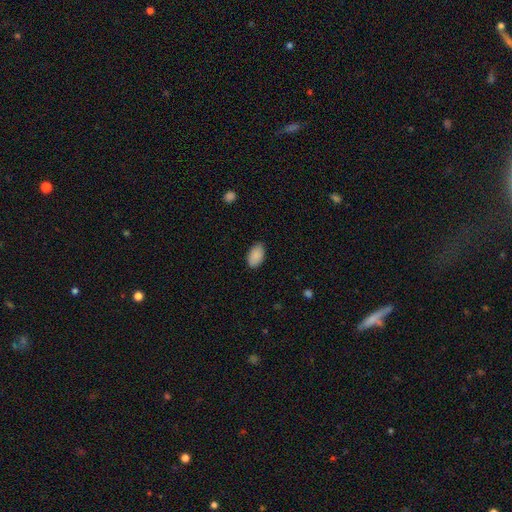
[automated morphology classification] This is clearly a smooth galaxy (90%). How rounded: clearly in between (94%). Merging: clearly none (85%).